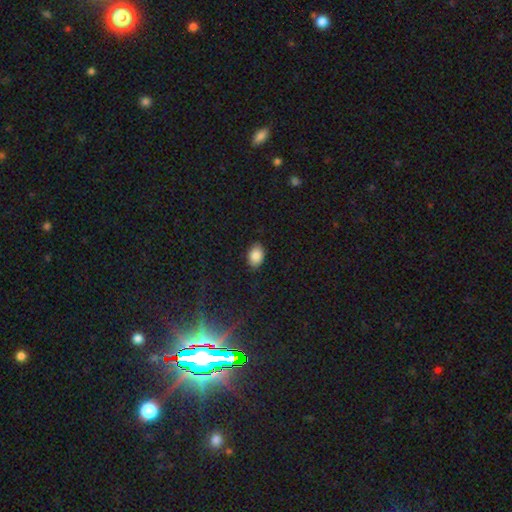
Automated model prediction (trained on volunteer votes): Smooth or featured?
  - smooth: 87% *
  - star or artifact: 8%
  - featured or disk: 5%
How rounded?
  - in between: 85% *
  - round: 14%
  - cigar-shaped: 1%
Merging?
  - none: 84% *
  - minor disturbance: 13%
  - major disturbance: 2%
  - merger: 1%